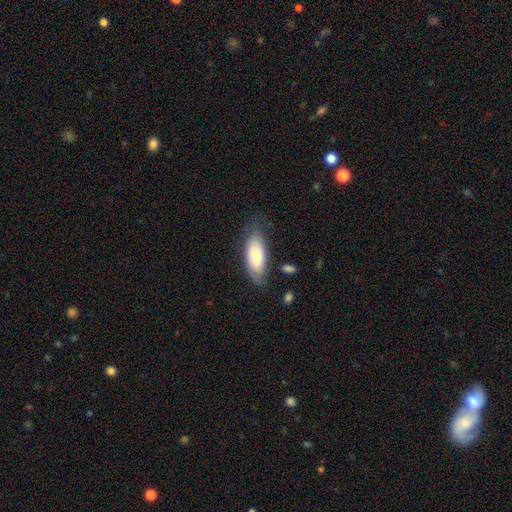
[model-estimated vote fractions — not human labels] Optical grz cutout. It shows a smooth galaxy with no disk features (78%) that is in between round and cigar-shaped (78%). Merging: none (69%).